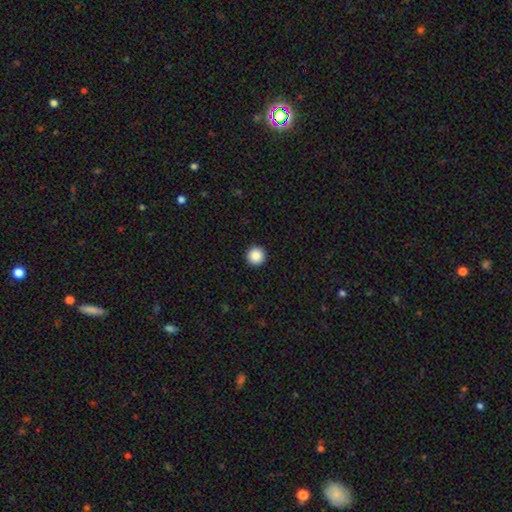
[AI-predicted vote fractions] Smooth or featured?
  - smooth: 88% *
  - star or artifact: 9%
  - featured or disk: 3%
How rounded?
  - round: 97% *
  - in between: 2%
  - cigar-shaped: 1%
Merging?
  - none: 94% *
  - minor disturbance: 4%
  - major disturbance: 1%
  - merger: 1%